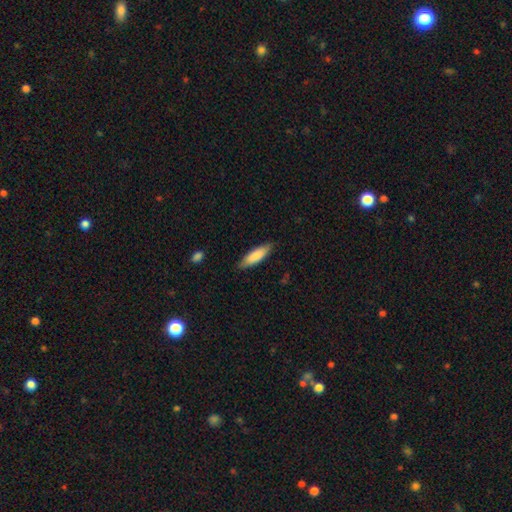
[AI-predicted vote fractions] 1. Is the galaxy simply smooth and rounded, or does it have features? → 83% smooth, 11% featured or disk, 5% star or artifact.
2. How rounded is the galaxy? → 56% cigar-shaped, 43% in between, 1% round.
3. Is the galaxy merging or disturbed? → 85% none, 12% minor disturbance, 2% major disturbance, 1% merger.